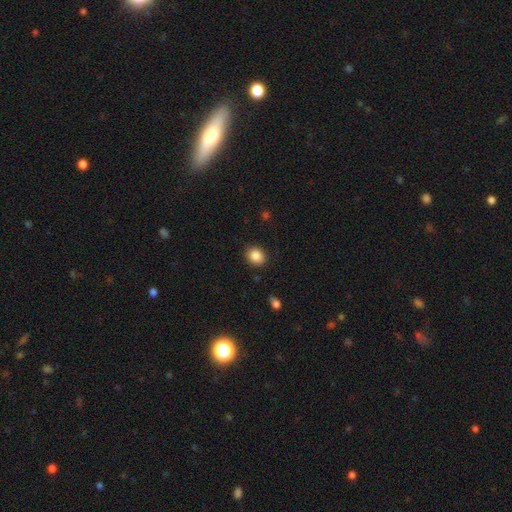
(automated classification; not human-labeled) Morphology: type=smooth (87%); roundness=round (61%); merging=none (88%).